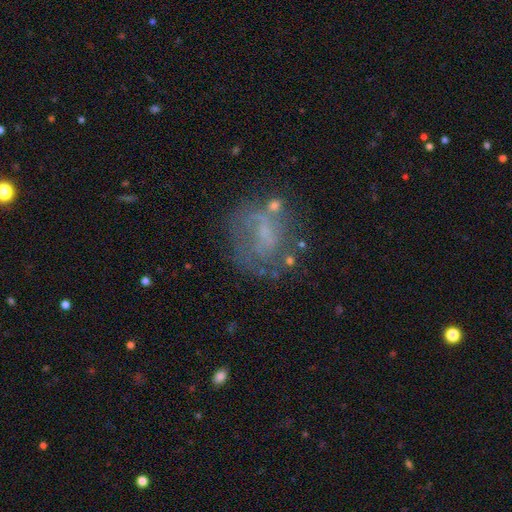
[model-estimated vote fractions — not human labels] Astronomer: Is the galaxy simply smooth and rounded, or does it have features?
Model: featured or disk — 57%.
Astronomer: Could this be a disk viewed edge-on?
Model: no — 97%.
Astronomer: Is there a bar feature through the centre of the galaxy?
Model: no — 57% (runner-up: weak, 34%).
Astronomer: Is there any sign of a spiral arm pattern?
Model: no — 53% (runner-up: yes, 47%).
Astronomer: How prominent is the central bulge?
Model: none — 46% (runner-up: small, 37%).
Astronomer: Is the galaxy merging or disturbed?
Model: none — 51%.